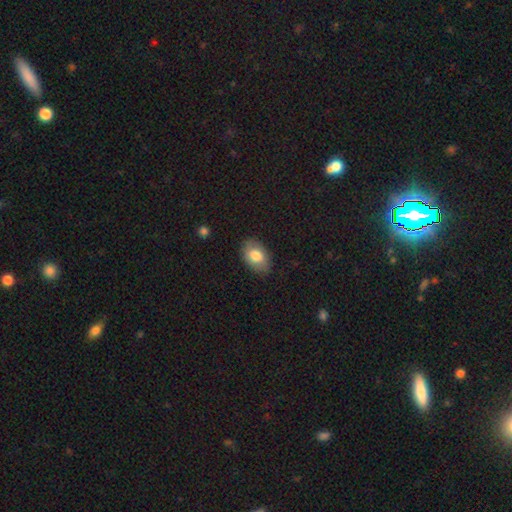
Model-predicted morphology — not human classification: Smooth or featured: smooth — 80% (featured or disk — 13%)
How rounded: in between — 87% (round — 12%)
Merging: none — 83% (minor disturbance — 13%)